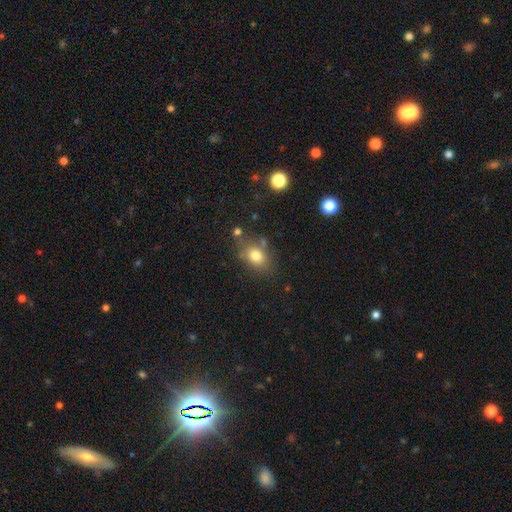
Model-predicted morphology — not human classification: Q: Smooth or featured?
A: smooth (78%); runner-up: star or artifact (12%)
Q: How rounded?
A: in between (60%); runner-up: round (39%)
Q: Merging?
A: none (68%); runner-up: minor disturbance (17%)